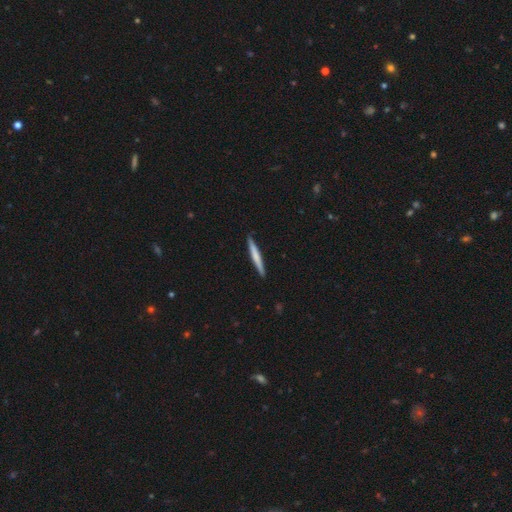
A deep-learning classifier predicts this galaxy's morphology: Smooth or featured?
  - smooth: 61% *
  - featured or disk: 34%
  - star or artifact: 5%
How rounded?
  - cigar-shaped: 96% *
  - in between: 2%
  - round: 1%
Merging?
  - none: 91% *
  - minor disturbance: 7%
  - major disturbance: 1%
  - merger: 1%